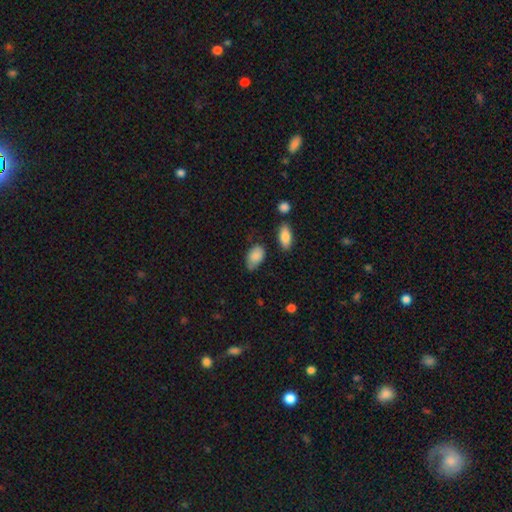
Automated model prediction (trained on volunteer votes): Smooth or featured? smooth (83%)
How rounded? in between (90%)
Merging? none (58%)